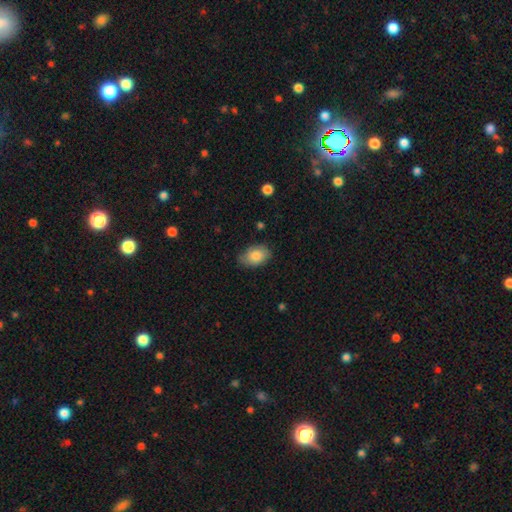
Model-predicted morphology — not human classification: Q: Smooth or featured?
A: smooth (82%); runner-up: featured or disk (11%)
Q: How rounded?
A: in between (83%); runner-up: round (16%)
Q: Merging?
A: none (71%); runner-up: minor disturbance (24%)